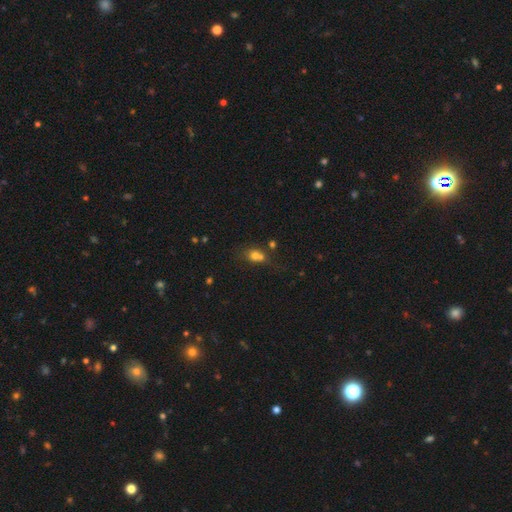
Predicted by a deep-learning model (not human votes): smooth 68%, star or artifact 16%, featured or disk 16%. Down the decision tree: how rounded — round (55%); merging — merger (51%).